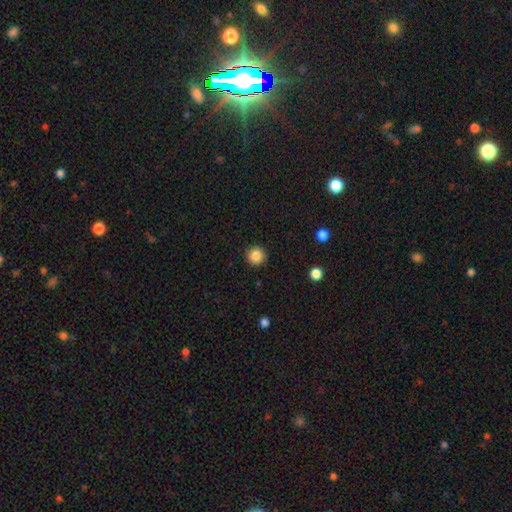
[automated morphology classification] Smooth or featured?
  - smooth: 86% *
  - star or artifact: 10%
  - featured or disk: 4%
How rounded?
  - round: 95% *
  - in between: 4%
  - cigar-shaped: 1%
Merging?
  - none: 92% *
  - minor disturbance: 6%
  - major disturbance: 2%
  - merger: 1%